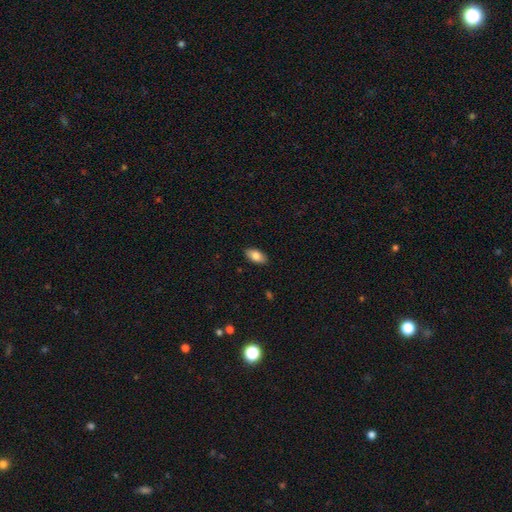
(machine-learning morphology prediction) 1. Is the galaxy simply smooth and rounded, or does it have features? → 83% smooth, 10% featured or disk, 7% star or artifact.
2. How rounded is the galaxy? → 93% in between, 4% cigar-shaped, 3% round.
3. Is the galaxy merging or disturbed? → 89% none, 9% minor disturbance, 2% major disturbance, 1% merger.